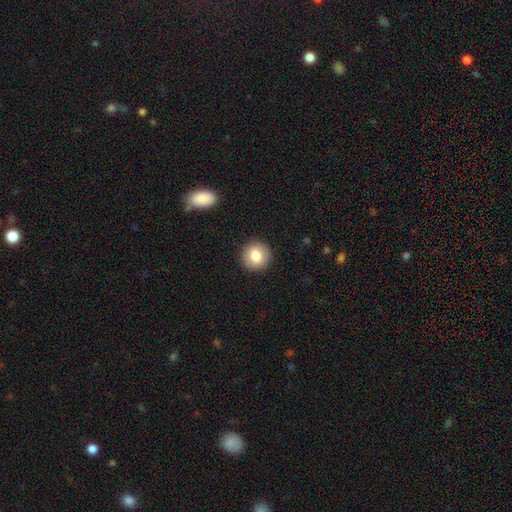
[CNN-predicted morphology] Q: Smooth or featured?
A: smooth (82%); runner-up: featured or disk (10%)
Q: How rounded?
A: round (93%); runner-up: in between (6%)
Q: Merging?
A: none (91%); runner-up: minor disturbance (6%)